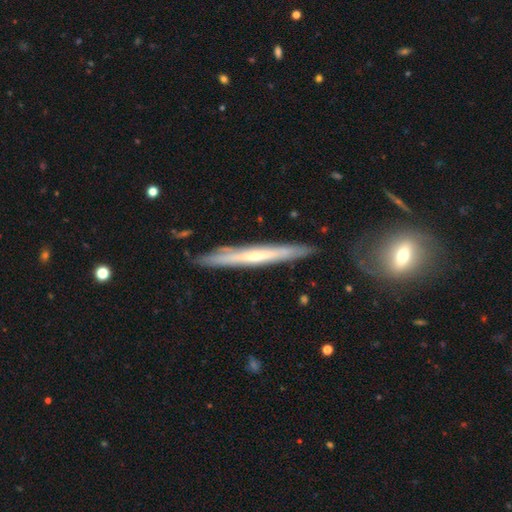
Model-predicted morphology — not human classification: Smooth or featured?
  - featured or disk: 60% *
  - smooth: 35%
  - star or artifact: 5%
Edge-on disk?
  - yes: 91% *
  - no: 9%
Edge-on bulge?
  - none: 60% *
  - rounded: 34%
  - boxy: 6%
Merging?
  - none: 86% *
  - minor disturbance: 11%
  - major disturbance: 2%
  - merger: 2%